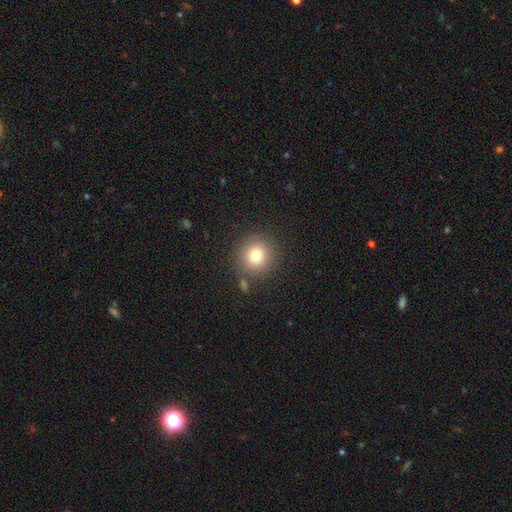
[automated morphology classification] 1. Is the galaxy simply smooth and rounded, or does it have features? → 78% smooth, 12% star or artifact, 9% featured or disk.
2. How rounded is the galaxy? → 92% round, 7% in between, 1% cigar-shaped.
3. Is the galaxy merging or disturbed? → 85% none, 8% minor disturbance, 4% merger, 3% major disturbance.